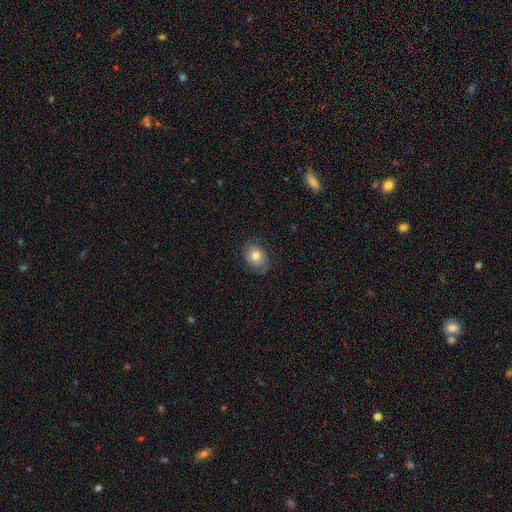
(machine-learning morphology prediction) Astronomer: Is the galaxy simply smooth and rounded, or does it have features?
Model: smooth — 64%.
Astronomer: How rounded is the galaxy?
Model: in between — 68%.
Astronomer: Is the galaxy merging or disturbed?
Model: none — 73%.